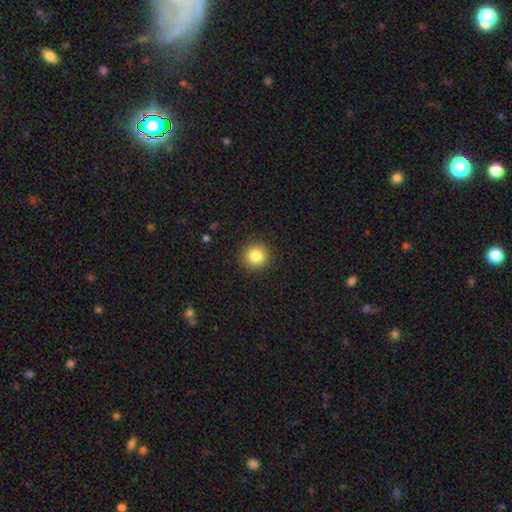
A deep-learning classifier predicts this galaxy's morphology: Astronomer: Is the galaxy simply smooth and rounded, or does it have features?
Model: smooth — 83%.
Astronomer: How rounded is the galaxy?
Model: round — 94%.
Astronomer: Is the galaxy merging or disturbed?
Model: none — 91%.